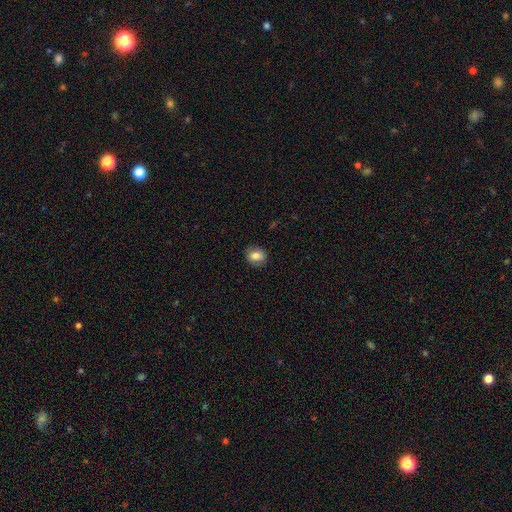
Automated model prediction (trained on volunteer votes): Smooth or featured? Predicted: smooth (p=0.81). How rounded? Predicted: round (p=0.53). Merging? Predicted: none (p=0.85).